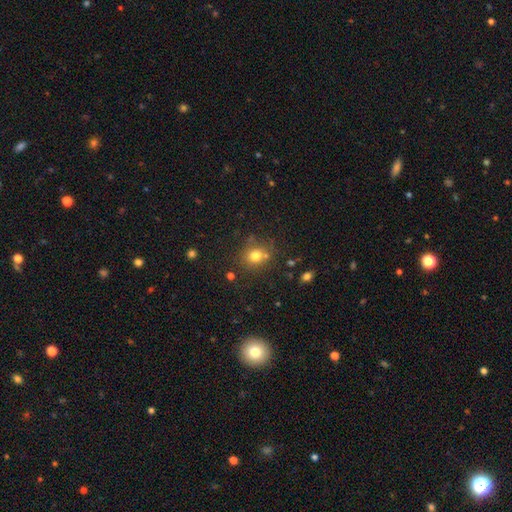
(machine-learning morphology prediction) This appears to be a smooth galaxy with no disk features (75%) that is round (79%). Merging: none (70%).